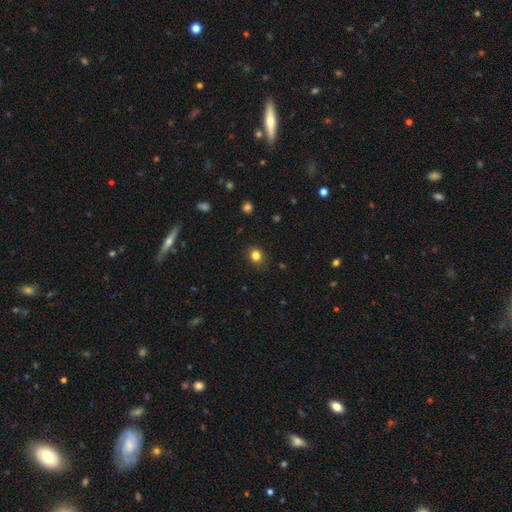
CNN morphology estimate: smooth_or_featured: smooth (p=0.83) [alt: star or artifact p=0.12]
how_rounded: round (p=0.68) [alt: in between p=0.31]
merging: none (p=0.87) [alt: minor disturbance p=0.09]